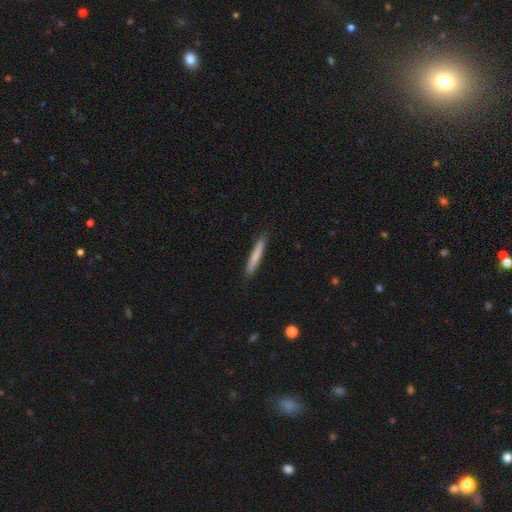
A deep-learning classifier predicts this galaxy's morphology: type=smooth (78%); roundness=cigar-shaped (95%); merging=none (89%).